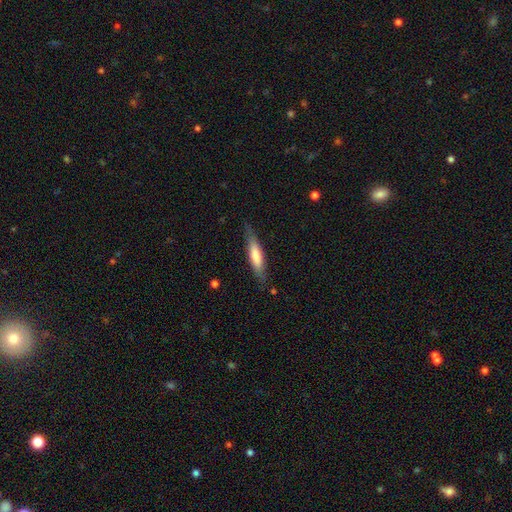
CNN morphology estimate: type=smooth (66%); roundness=cigar-shaped (76%); merging=none (79%).